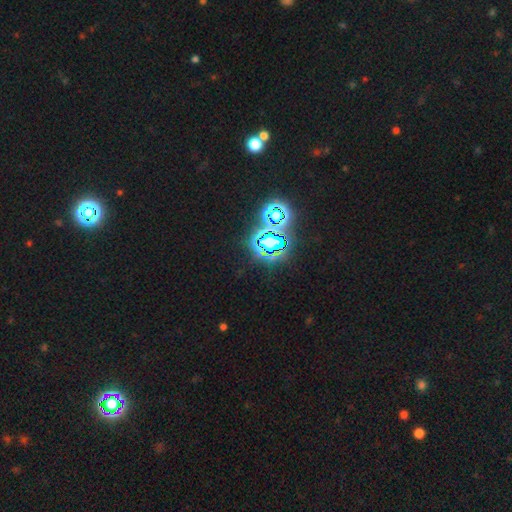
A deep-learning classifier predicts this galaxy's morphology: A star or artifact, not a galaxy (79%).

Vote fractions:
- Smooth or featured? star or artifact: 79% / smooth: 15% / featured or disk: 6%